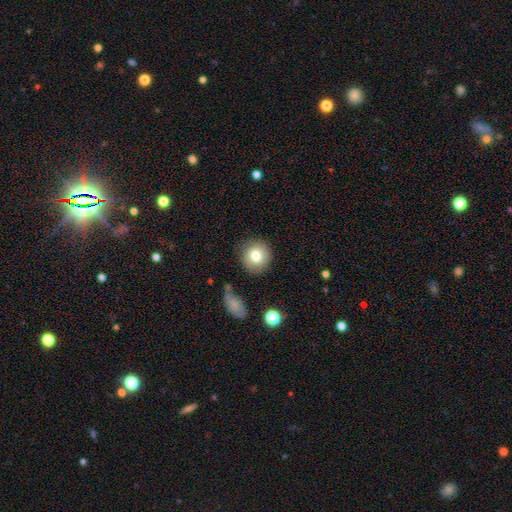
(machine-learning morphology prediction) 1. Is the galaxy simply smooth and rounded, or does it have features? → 78% smooth, 13% featured or disk, 9% star or artifact.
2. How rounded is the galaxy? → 89% round, 10% in between, 1% cigar-shaped.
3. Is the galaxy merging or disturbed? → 81% none, 13% minor disturbance, 4% major disturbance, 3% merger.